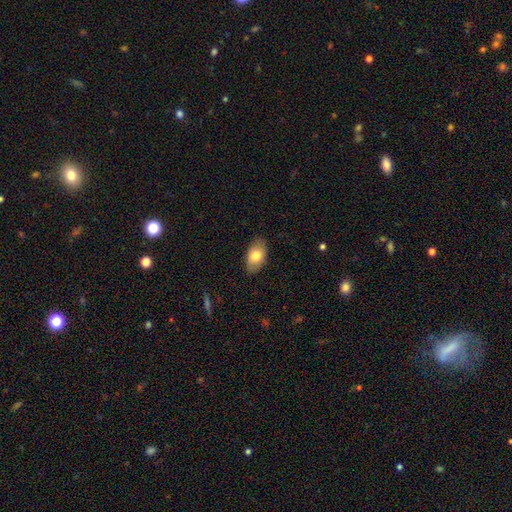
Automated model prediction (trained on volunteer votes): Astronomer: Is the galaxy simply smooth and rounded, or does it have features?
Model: smooth — 76%.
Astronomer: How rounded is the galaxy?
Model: in between — 93%.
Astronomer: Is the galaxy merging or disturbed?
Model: none — 85%.